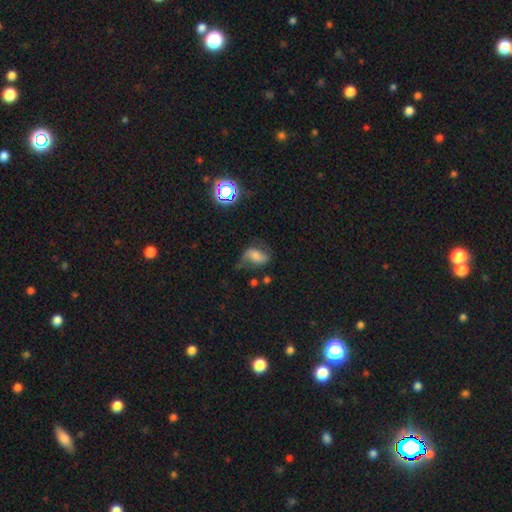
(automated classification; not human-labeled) featured or disk 44%, smooth 41%, star or artifact 15%. Down the decision tree: merging — none (44%).